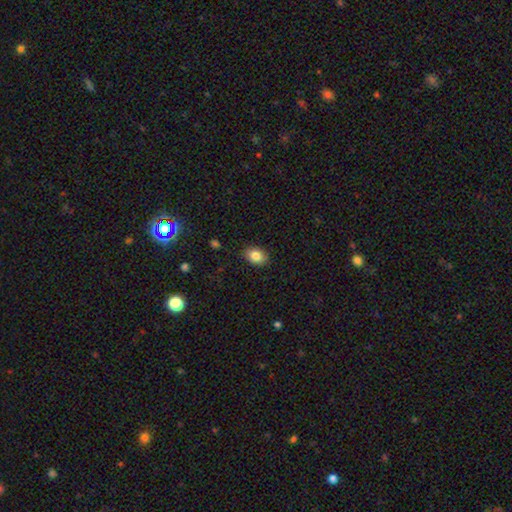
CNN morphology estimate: Smooth or featured? smooth (85%)
How rounded? in between (76%)
Merging? none (88%)